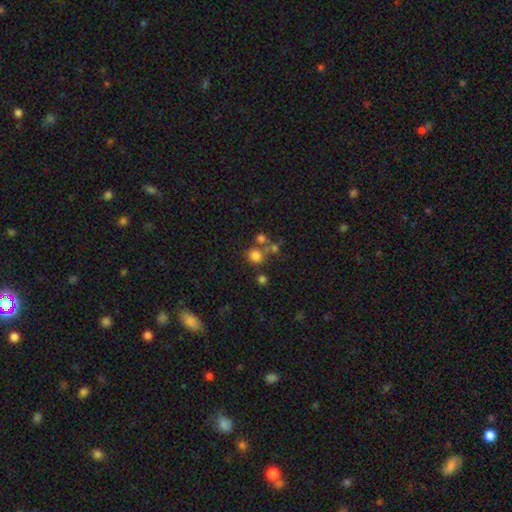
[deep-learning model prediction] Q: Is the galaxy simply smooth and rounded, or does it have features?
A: smooth — 75%.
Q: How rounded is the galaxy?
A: round — 87%.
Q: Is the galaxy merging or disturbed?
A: none — 63%.